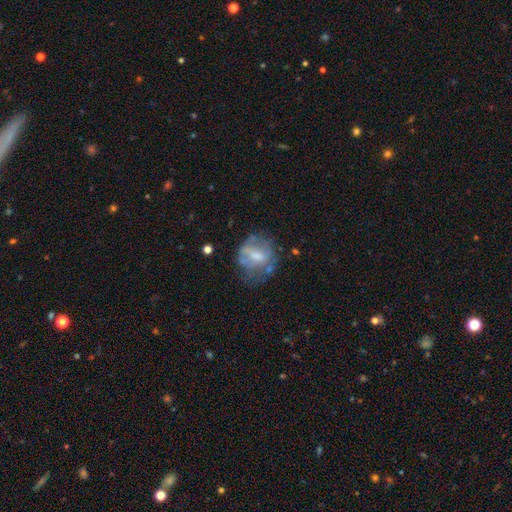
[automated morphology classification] A smooth galaxy with no disk features (47%). Merging: none (45%).